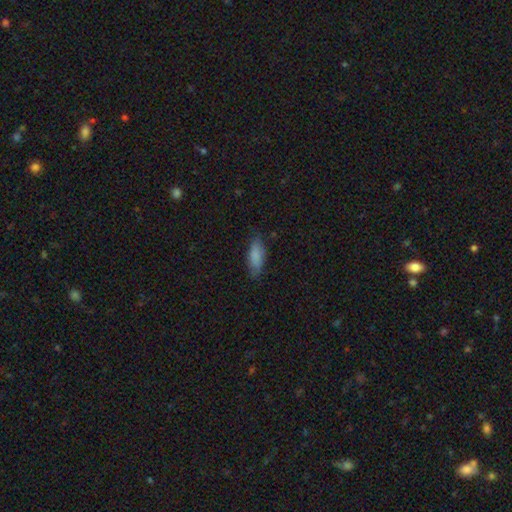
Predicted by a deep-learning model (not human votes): The model was most divided on "how rounded": in between: 70%, cigar-shaped: 28%, round: 2%. More confident: smooth or featured — smooth (84%); merging — none (76%).